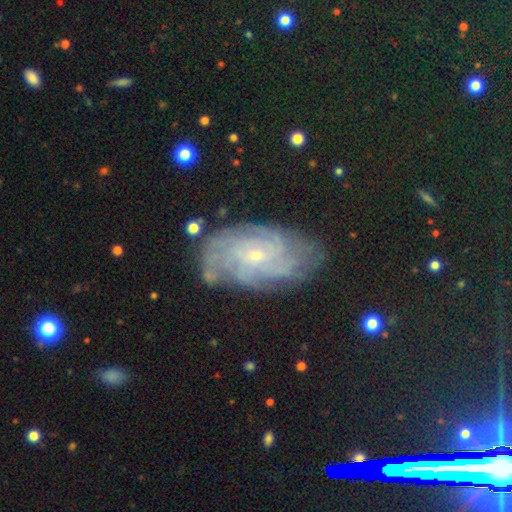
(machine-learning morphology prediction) smooth_or_featured: featured or disk (p=0.77) [alt: star or artifact p=0.12]
disk_edge_on: no (p=0.95) [alt: yes p=0.05]
bar: no (p=0.70) [alt: weak p=0.25]
has_spiral_arms: yes (p=0.95) [alt: no p=0.05]
spiral_winding: tight (p=0.68) [alt: medium p=0.25]
spiral_arm_count: can't tell (p=0.37) [alt: 4 p=0.19]
bulge_size: small (p=0.80) [alt: moderate p=0.16]
merging: none (p=0.77) [alt: minor disturbance p=0.16]